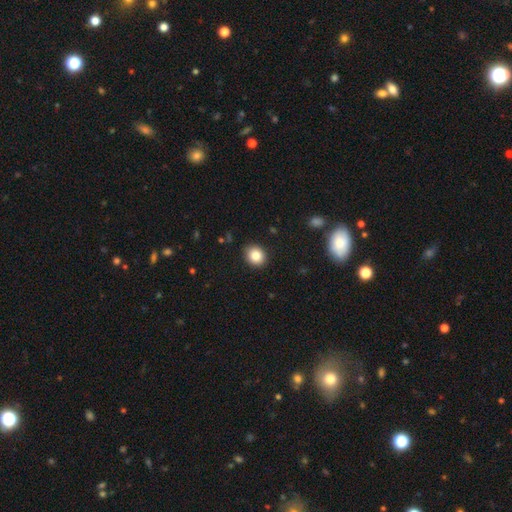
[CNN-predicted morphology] Smooth or featured? smooth (84%)
How rounded? round (67%)
Merging? none (90%)